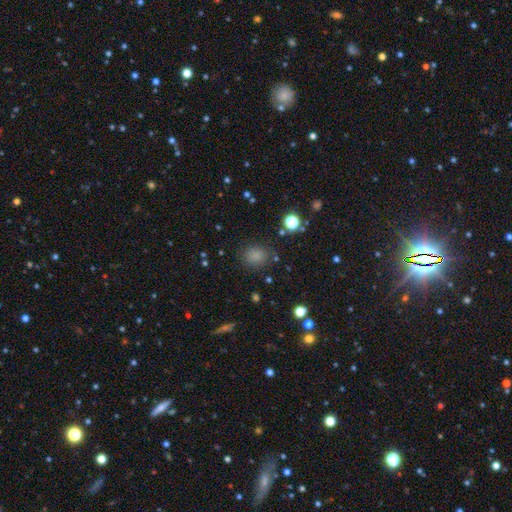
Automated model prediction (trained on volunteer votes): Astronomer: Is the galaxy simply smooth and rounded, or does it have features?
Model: smooth — 79%.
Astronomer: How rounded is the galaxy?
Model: round — 71%.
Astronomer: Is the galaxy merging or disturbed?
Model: none — 83%.